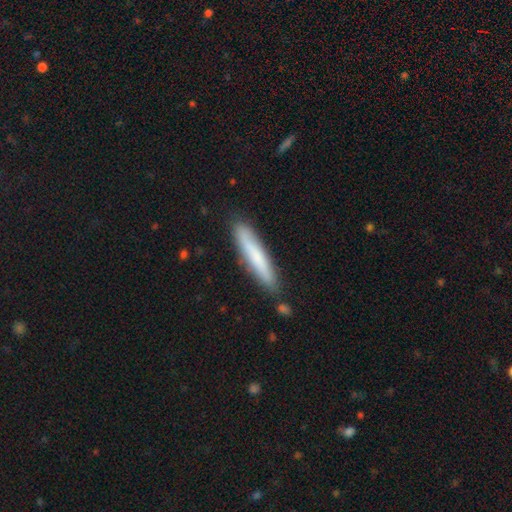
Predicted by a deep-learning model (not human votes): smooth 69%, featured or disk 26%, star or artifact 6%. Down the decision tree: how rounded — cigar-shaped (92%); merging — none (83%).